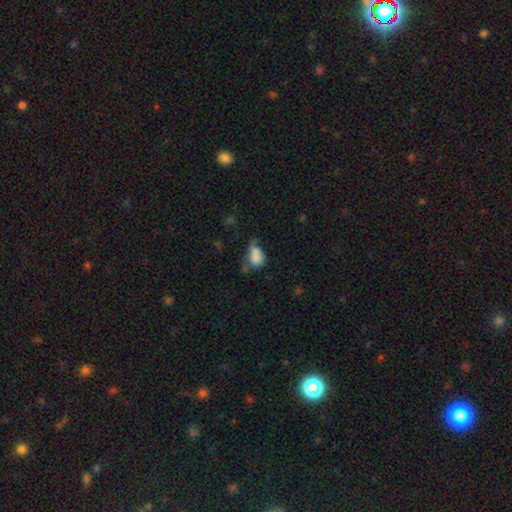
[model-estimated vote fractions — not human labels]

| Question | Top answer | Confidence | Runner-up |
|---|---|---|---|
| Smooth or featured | smooth | 73% | featured or disk (16%) |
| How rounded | in between | 65% | round (33%) |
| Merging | merger | 30% | none (26%) |